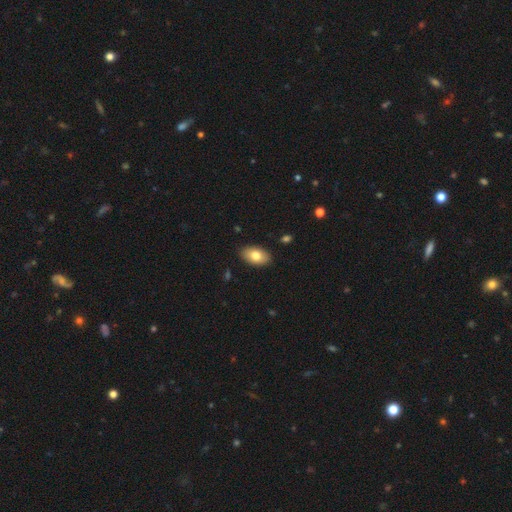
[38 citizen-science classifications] Volunteers were most divided on "smooth or featured": smooth: 76%, featured or disk: 16%, star or artifact: 8%. More confident: merging — none (94%); how rounded — in between (93%).